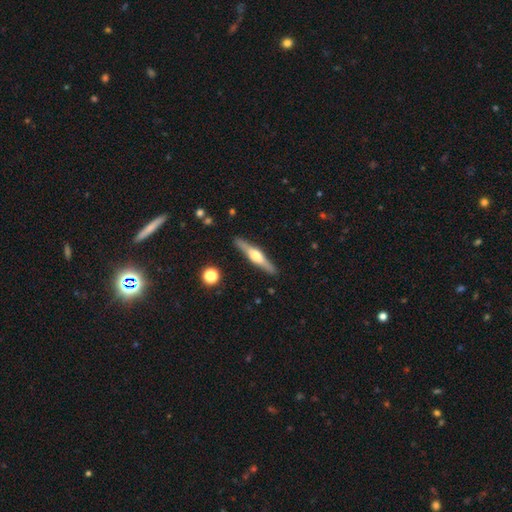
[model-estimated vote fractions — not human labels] The model was most divided on "smooth or featured": featured or disk: 70%, smooth: 25%, star or artifact: 5%. More confident: edge-on disk — yes (97%); edge-on bulge — rounded (92%); merging — none (90%).